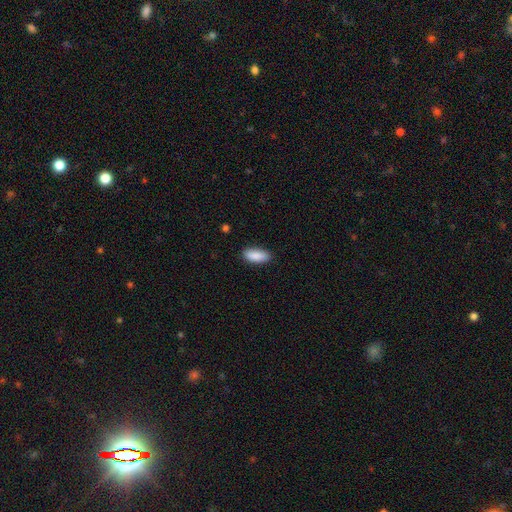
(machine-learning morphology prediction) Smooth or featured? Predicted: smooth (p=0.90). How rounded? Predicted: in between (p=0.85). Merging? Predicted: none (p=0.87).